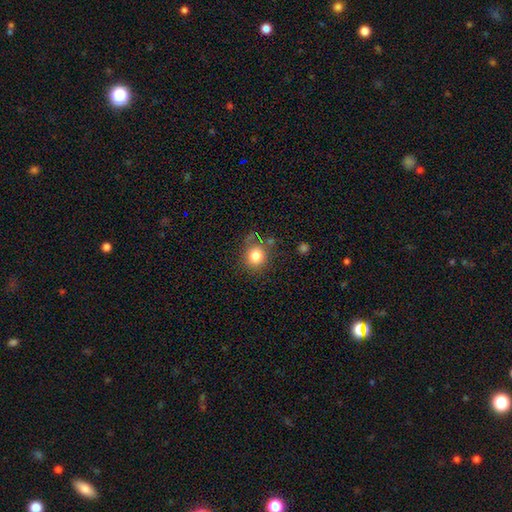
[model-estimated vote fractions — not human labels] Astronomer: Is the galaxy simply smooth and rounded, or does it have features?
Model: smooth — 81%.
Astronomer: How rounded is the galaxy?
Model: round — 81%.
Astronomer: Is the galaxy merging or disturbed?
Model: none — 72%.